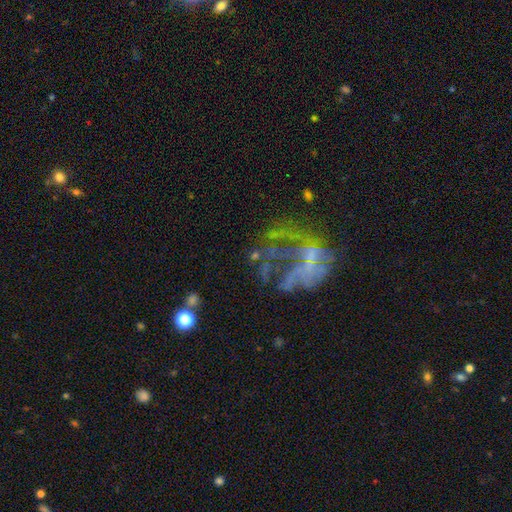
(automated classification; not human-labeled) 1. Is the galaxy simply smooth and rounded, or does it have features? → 53% featured or disk, 27% star or artifact, 20% smooth.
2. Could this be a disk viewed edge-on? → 96% no, 4% yes.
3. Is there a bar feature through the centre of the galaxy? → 79% no, 15% weak, 7% strong.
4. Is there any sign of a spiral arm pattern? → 59% no, 41% yes.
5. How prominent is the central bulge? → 61% none, 23% small, 11% moderate, 3% large, 2% dominant.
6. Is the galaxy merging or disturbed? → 39% major disturbance, 36% none, 13% minor disturbance, 11% merger.